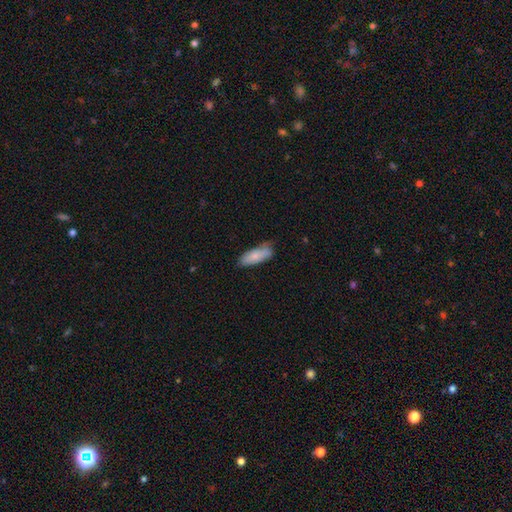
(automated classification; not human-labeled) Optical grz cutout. It shows a smooth galaxy with no disk features (80%) that is in between round and cigar-shaped (70%). Merging: none (61%).